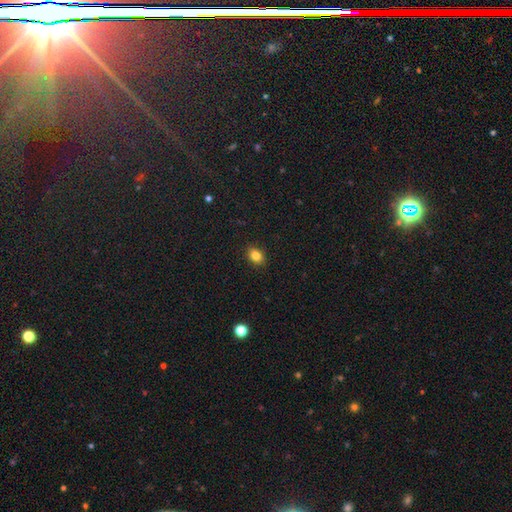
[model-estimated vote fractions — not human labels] Overall: smooth (84%). How rounded: in between (70%). Merging: none (89%).